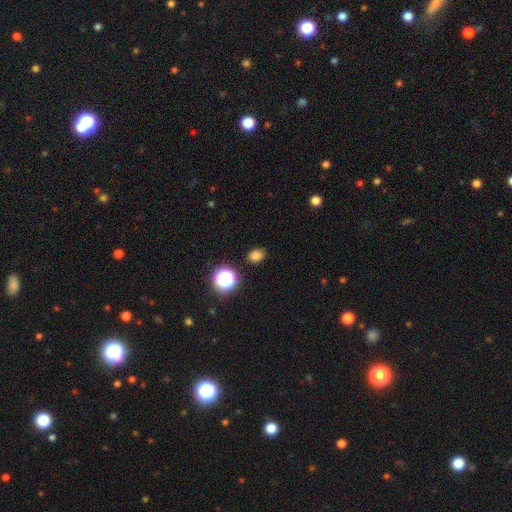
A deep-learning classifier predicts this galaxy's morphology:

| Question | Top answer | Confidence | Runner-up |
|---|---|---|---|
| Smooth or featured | smooth | 79% | star or artifact (16%) |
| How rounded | in between | 54% | round (45%) |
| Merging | none | 86% | minor disturbance (10%) |